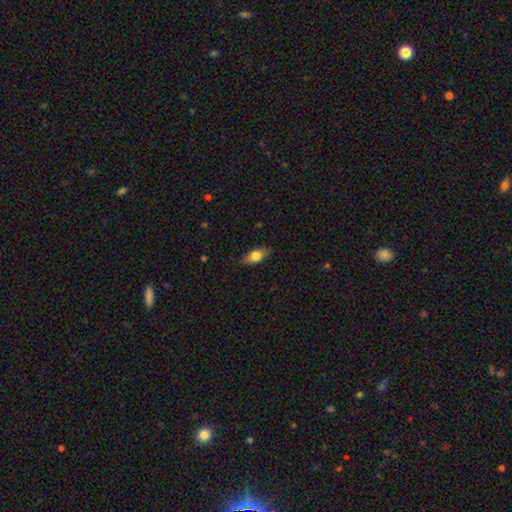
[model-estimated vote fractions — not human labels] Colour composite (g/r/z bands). It shows a smooth galaxy with no disk features (74%) that is in between round and cigar-shaped (83%). Merging: none (83%).